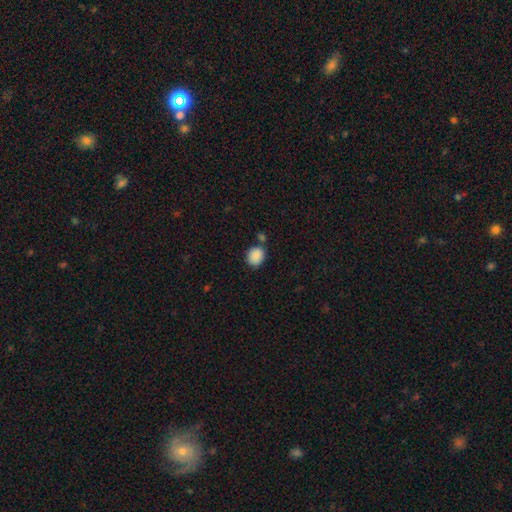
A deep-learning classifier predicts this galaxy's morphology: Smooth or featured? smooth (88%)
How rounded? round (63%)
Merging? none (70%)